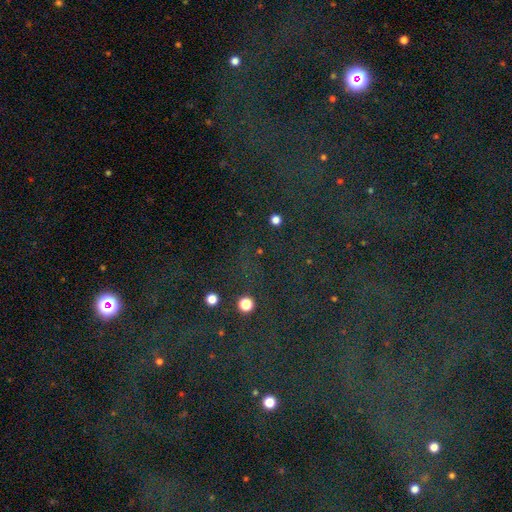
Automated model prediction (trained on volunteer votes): Q: Smooth or featured?
A: star or artifact (80%); runner-up: smooth (11%)